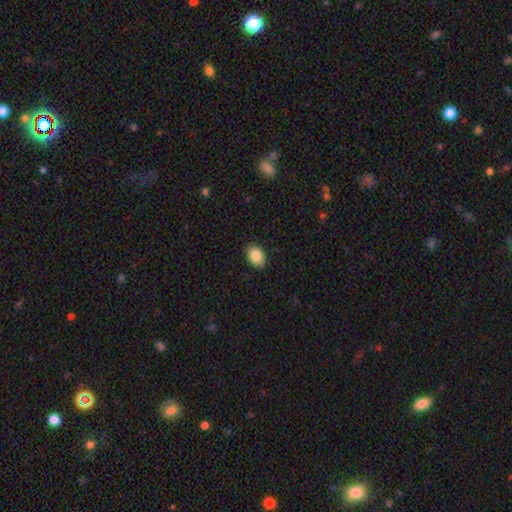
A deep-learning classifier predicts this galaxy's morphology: smooth_or_featured: smooth (p=0.88) [alt: star or artifact p=0.07]
how_rounded: in between (p=0.82) [alt: round p=0.17]
merging: none (p=0.87) [alt: minor disturbance p=0.10]